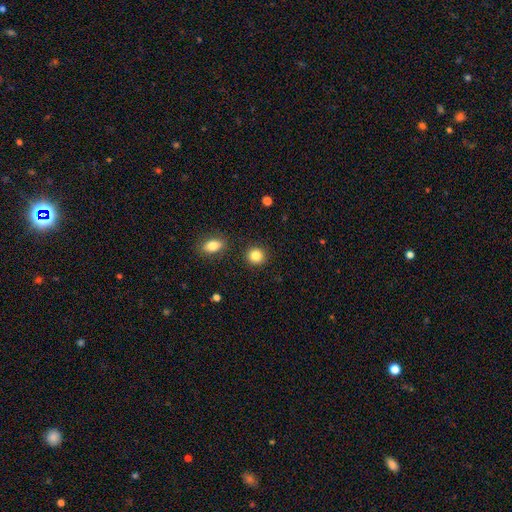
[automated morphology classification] This appears to be a smooth galaxy with no disk features (85%) that is round (90%). Merging: none (90%).